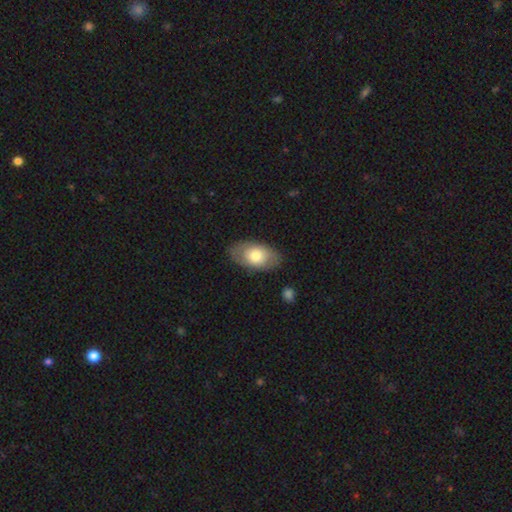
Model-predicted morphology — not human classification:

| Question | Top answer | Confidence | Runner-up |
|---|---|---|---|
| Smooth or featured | smooth | 70% | featured or disk (24%) |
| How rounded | in between | 93% | round (5%) |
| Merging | none | 82% | minor disturbance (13%) |